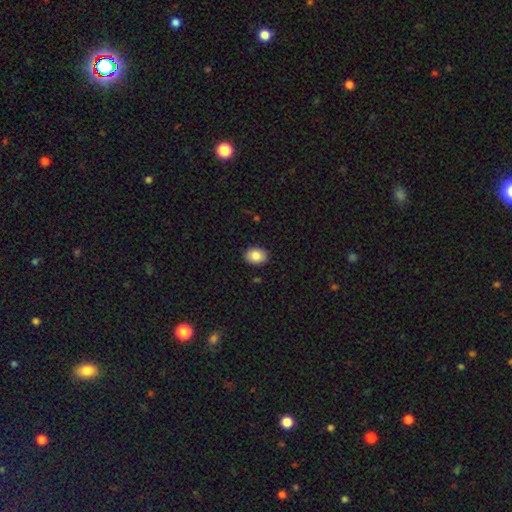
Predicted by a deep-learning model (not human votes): smooth-or-featured: smooth: 87% | star or artifact: 8% | featured or disk: 6%
  how-rounded: in between: 69% | round: 30% | cigar-shaped: 1%
  merging: none: 89% | minor disturbance: 8% | major disturbance: 2% | merger: 1%